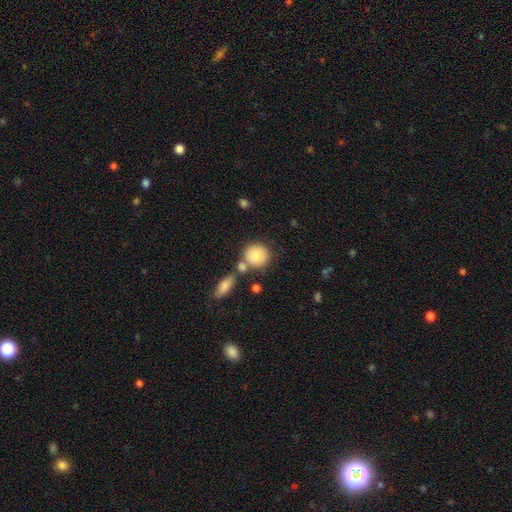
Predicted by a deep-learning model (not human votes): This is clearly a smooth galaxy (83%). How rounded: clearly round (87%). Merging: likely none (61%).